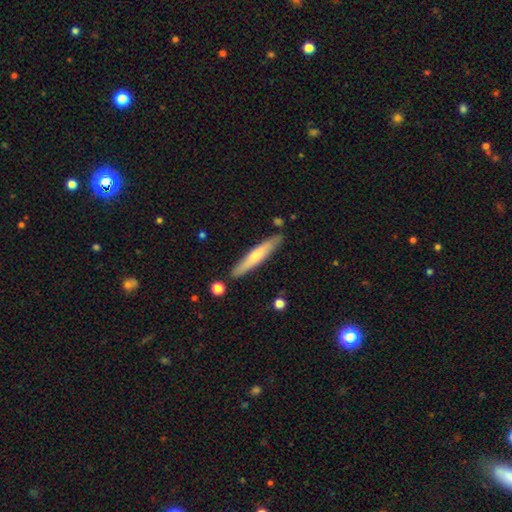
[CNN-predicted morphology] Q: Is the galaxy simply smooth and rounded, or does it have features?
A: smooth — 56%.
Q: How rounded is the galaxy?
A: cigar-shaped — 93%.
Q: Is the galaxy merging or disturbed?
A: none — 85%.